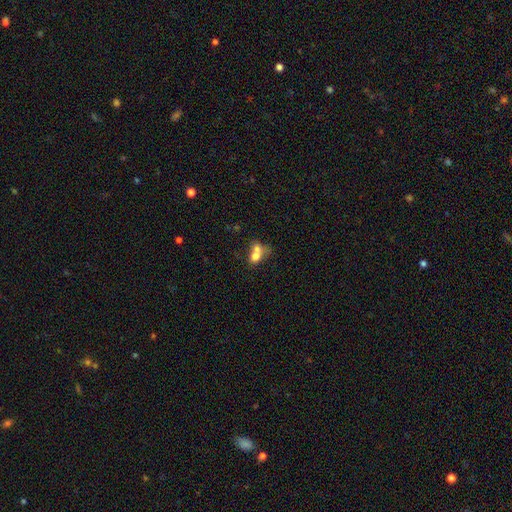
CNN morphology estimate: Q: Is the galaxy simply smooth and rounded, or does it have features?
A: smooth — 70%.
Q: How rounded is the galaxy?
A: in between — 60%.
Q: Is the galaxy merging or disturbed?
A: merger — 69%.